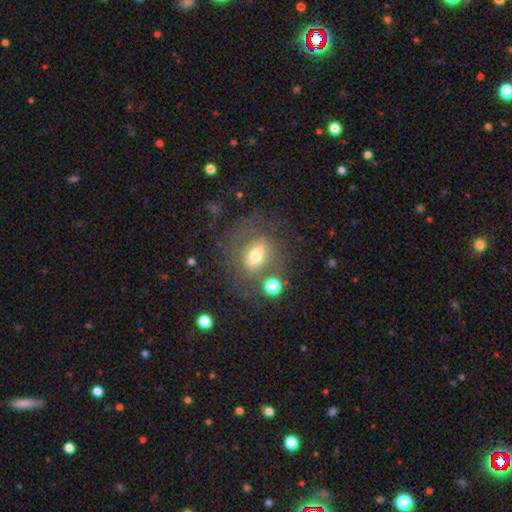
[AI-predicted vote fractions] This appears to be a smooth galaxy with no disk features (46%). Merging: none (60%).